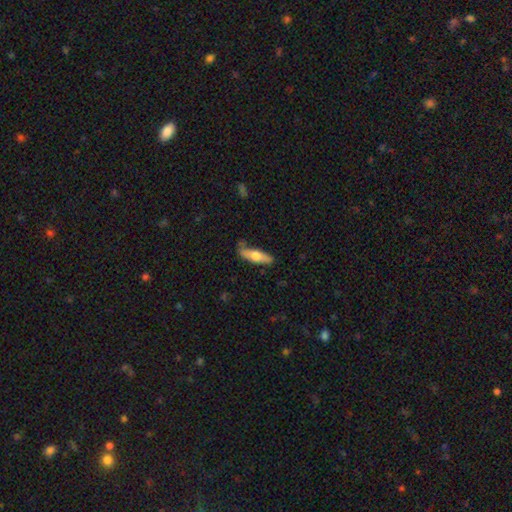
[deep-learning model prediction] The model was most divided on "smooth or featured": smooth: 57%, featured or disk: 38%, star or artifact: 5%. More confident: merging — none (69%); how rounded — cigar-shaped (61%).